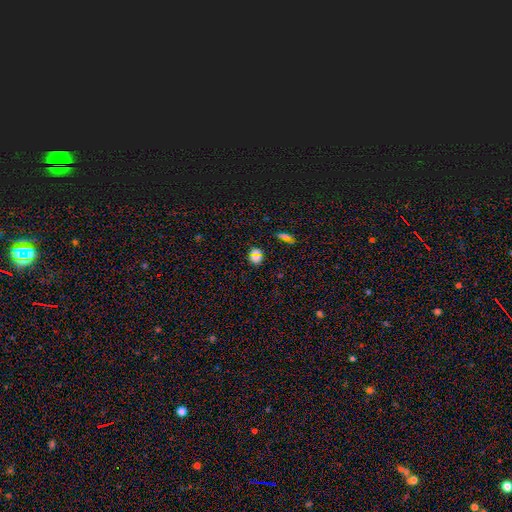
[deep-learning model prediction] A smooth galaxy with no disk features (52%) that is round (75%).

Vote fractions:
- Smooth or featured? smooth: 52% / star or artifact: 40% / featured or disk: 8%
- How rounded? round: 75% / in between: 21% / cigar-shaped: 4%
- Merging? none: 80% / minor disturbance: 11% / major disturbance: 5% / merger: 4%